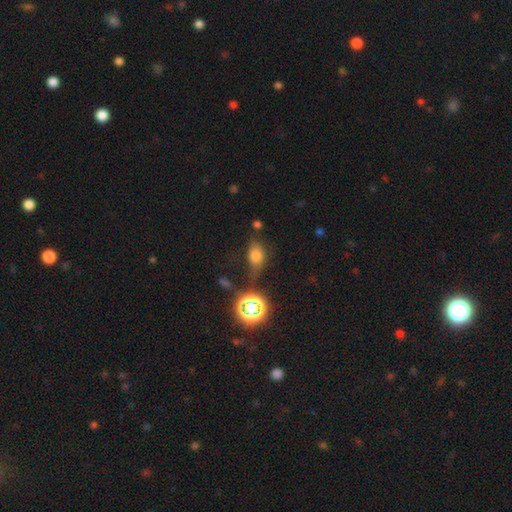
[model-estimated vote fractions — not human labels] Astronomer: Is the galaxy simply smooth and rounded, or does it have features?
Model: smooth — 67%.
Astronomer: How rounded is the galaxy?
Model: in between — 74%.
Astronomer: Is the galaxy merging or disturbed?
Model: none — 60%.